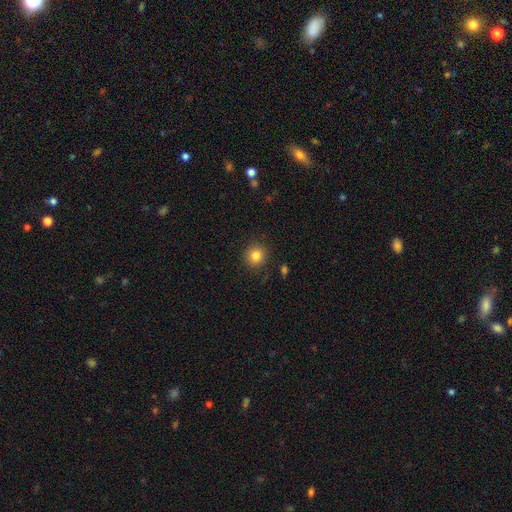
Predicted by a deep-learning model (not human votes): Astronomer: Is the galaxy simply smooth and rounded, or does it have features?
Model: smooth — 83%.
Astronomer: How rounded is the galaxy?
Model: round — 90%.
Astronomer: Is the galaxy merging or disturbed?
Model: none — 89%.